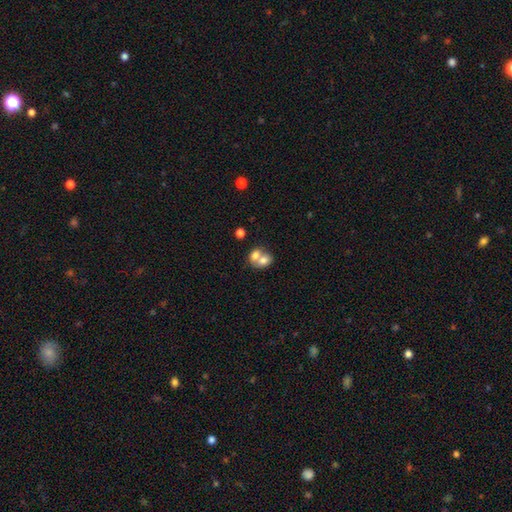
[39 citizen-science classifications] A smooth galaxy with no disk features (67%) that is in between round and cigar-shaped (81%).

Vote fractions:
- Smooth or featured? smooth: 67% / featured or disk: 26% / star or artifact: 8%
- How rounded? in between: 81% / round: 19% / cigar-shaped: 0%
- Merging? merger: 86% / none: 11% / major disturbance: 3% / minor disturbance: 0%